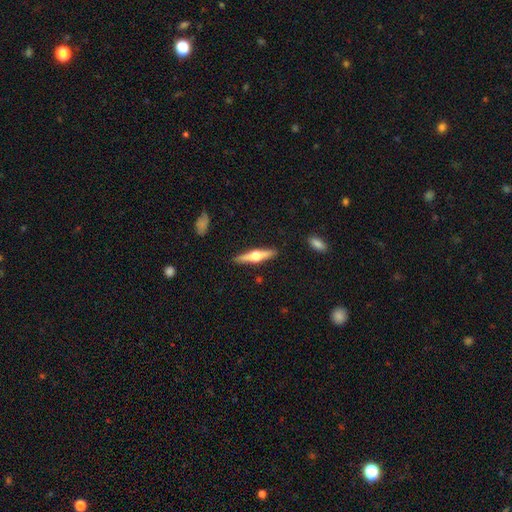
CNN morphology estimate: type=featured or disk (66%); edge-on=yes (97%); edge-on bulge=rounded (95%); merging=none (90%).